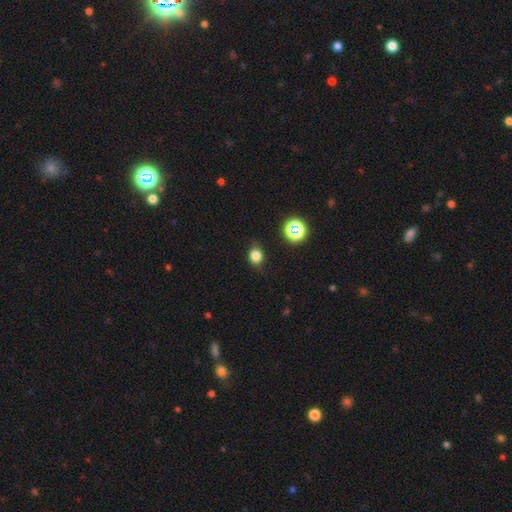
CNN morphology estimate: smooth-or-featured: smooth: 78% | star or artifact: 15% | featured or disk: 7%
  how-rounded: round: 64% | in between: 35% | cigar-shaped: 1%
  merging: none: 78% | minor disturbance: 17% | major disturbance: 4% | merger: 1%